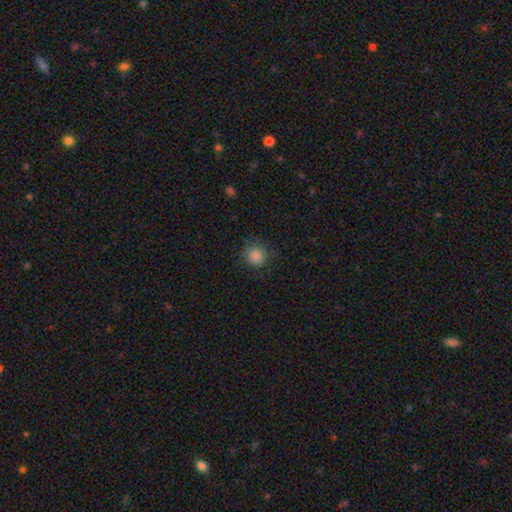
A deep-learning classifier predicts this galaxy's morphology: type=smooth (86%); roundness=round (93%); merging=none (83%).